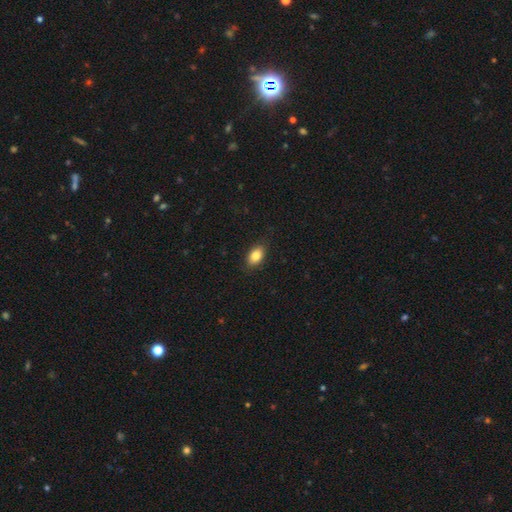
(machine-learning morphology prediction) Overall: smooth (83%). How rounded: in between (87%). Merging: none (85%).